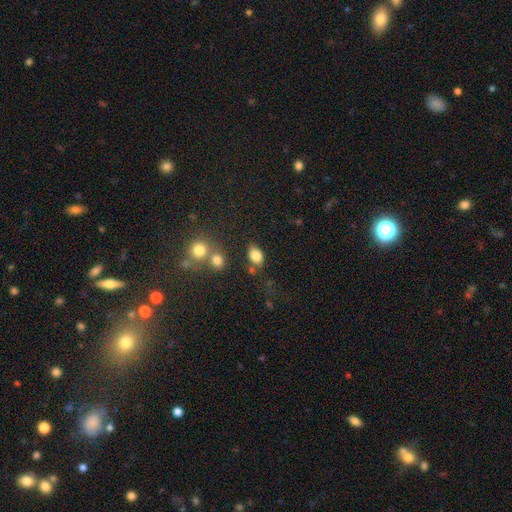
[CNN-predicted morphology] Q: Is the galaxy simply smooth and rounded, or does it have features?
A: smooth — 83%.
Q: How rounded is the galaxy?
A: in between — 80%.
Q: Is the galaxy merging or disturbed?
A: none — 67%.